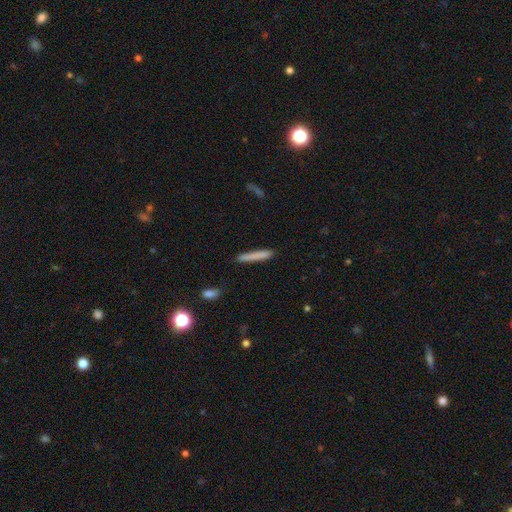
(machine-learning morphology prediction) smooth 79%, featured or disk 14%, star or artifact 7%. Down the decision tree: how rounded — cigar-shaped (95%); merging — none (89%).